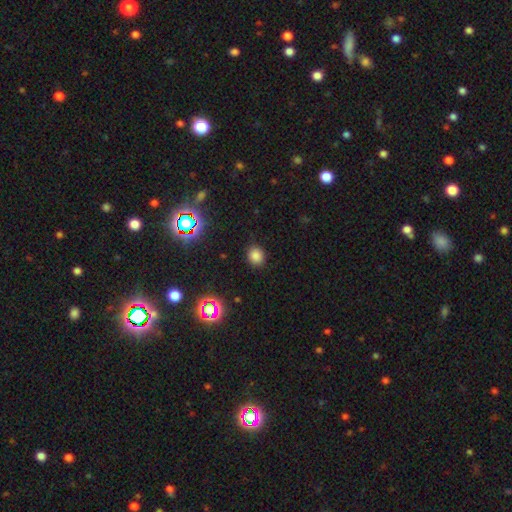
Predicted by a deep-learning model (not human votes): A smooth galaxy with no disk features (77%) that is round (74%).

Vote fractions:
- Smooth or featured? smooth: 77% / star or artifact: 18% / featured or disk: 5%
- How rounded? round: 74% / in between: 25% / cigar-shaped: 1%
- Merging? none: 88% / minor disturbance: 9% / major disturbance: 3% / merger: 1%